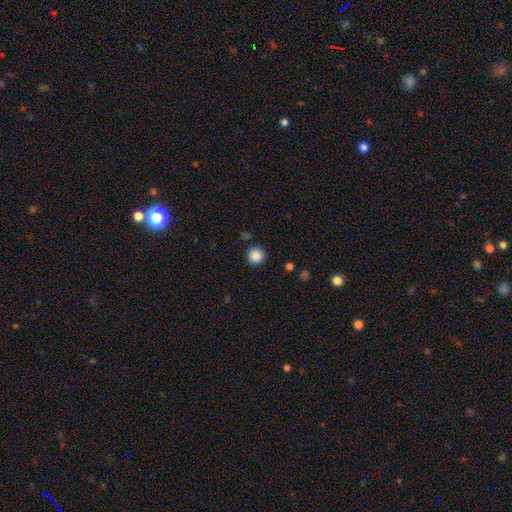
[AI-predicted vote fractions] A smooth galaxy with no disk features (87%) that is round (96%).

Vote fractions:
- Smooth or featured? smooth: 87% / star or artifact: 10% / featured or disk: 3%
- How rounded? round: 96% / in between: 3% / cigar-shaped: 1%
- Merging? none: 91% / minor disturbance: 5% / major disturbance: 2% / merger: 2%